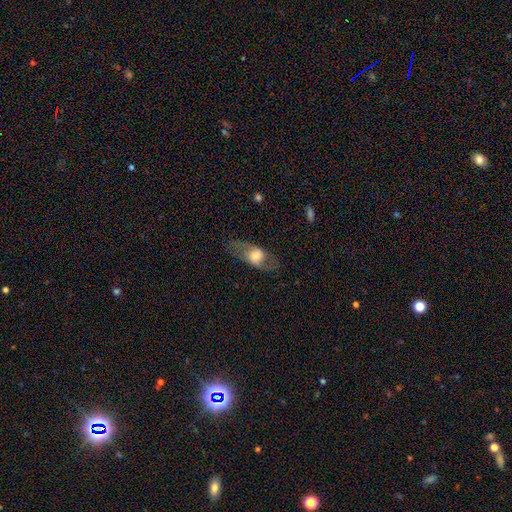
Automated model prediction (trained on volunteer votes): smooth_or_featured: featured or disk (p=0.53) [alt: smooth p=0.40]
disk_edge_on: no (p=0.76) [alt: yes p=0.24]
merging: none (p=0.73) [alt: minor disturbance p=0.15]